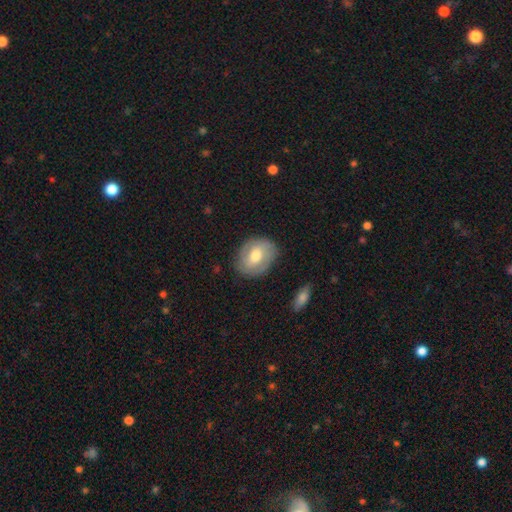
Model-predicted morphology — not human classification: type=smooth (47%); merging=none (80%).